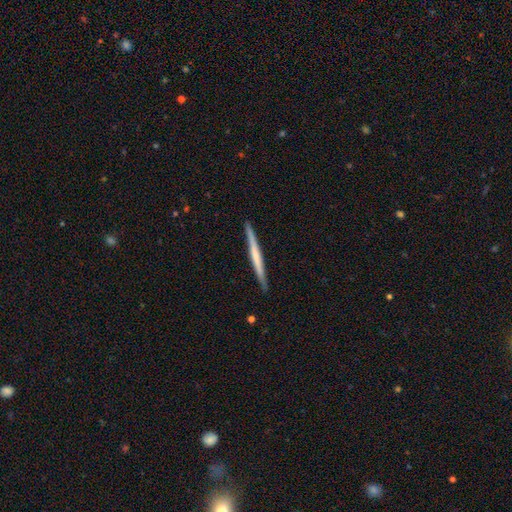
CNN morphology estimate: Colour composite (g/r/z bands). It shows a featured or disk galaxy (53%) viewed edge-on (98%) with no central bulge (75%). Merging: none (91%).